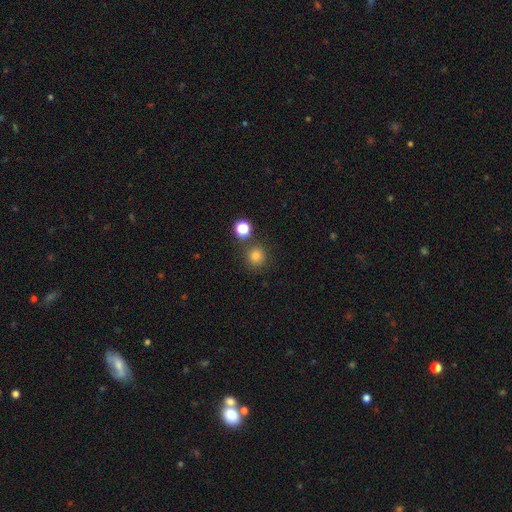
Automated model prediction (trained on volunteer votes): Morphology: type=smooth (81%); roundness=round (92%); merging=none (81%).